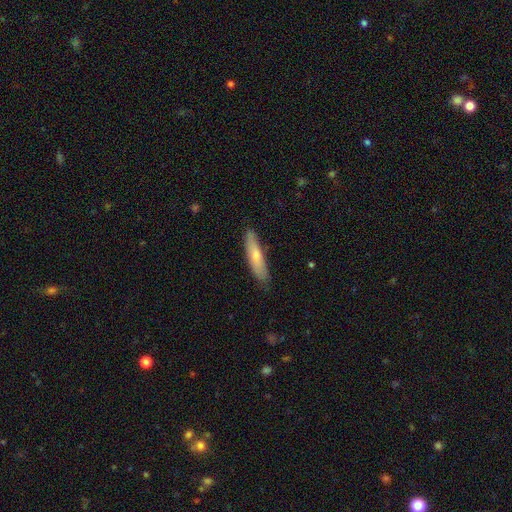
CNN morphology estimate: smooth 70%, featured or disk 25%, star or artifact 5%. Down the decision tree: how rounded — cigar-shaped (77%); merging — none (81%).